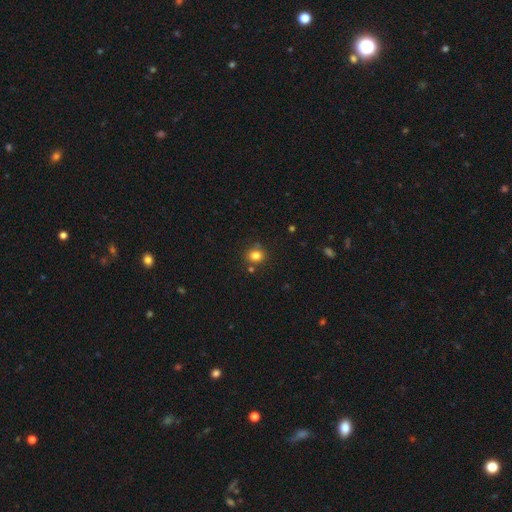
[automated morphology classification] Smooth or featured: smooth — 81% (star or artifact — 13%)
How rounded: round — 69% (in between — 30%)
Merging: none — 76% (minor disturbance — 12%)